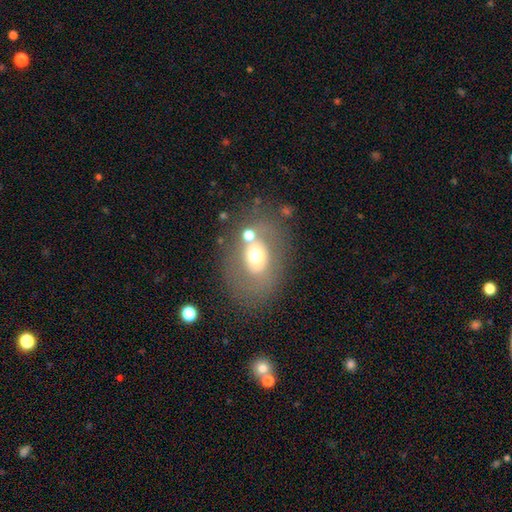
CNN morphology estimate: Smooth or featured?
  - smooth: 53% *
  - featured or disk: 34%
  - star or artifact: 14%
How rounded?
  - in between: 62% *
  - round: 37%
  - cigar-shaped: 1%
Merging?
  - none: 65% *
  - minor disturbance: 14%
  - merger: 11%
  - major disturbance: 9%